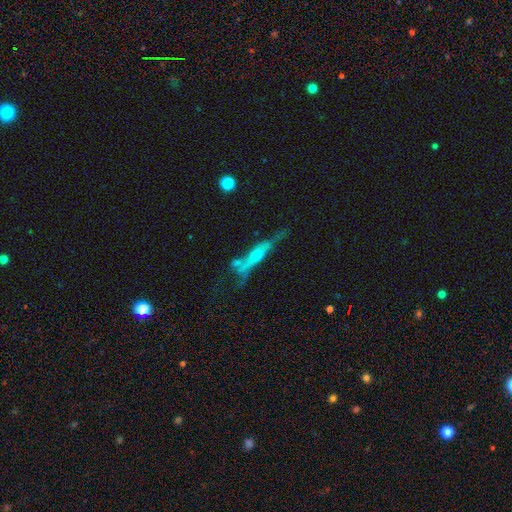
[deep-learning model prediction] This appears to be a featured or disk galaxy (61%) viewed edge-on (74%). Merging: none (40%).